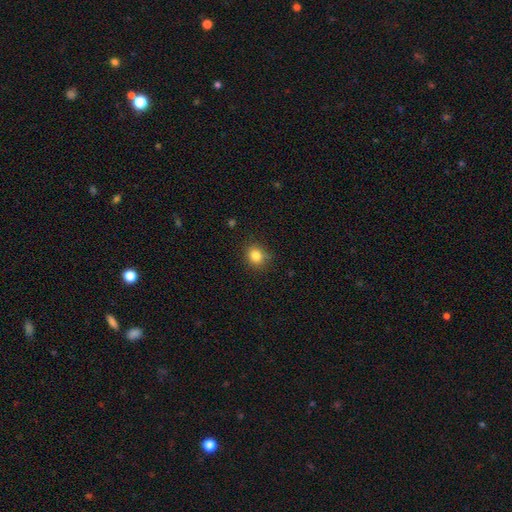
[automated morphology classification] Smooth or featured?
  - smooth: 83% *
  - star or artifact: 11%
  - featured or disk: 5%
How rounded?
  - round: 78% *
  - in between: 21%
  - cigar-shaped: 1%
Merging?
  - none: 84% *
  - minor disturbance: 12%
  - major disturbance: 3%
  - merger: 1%